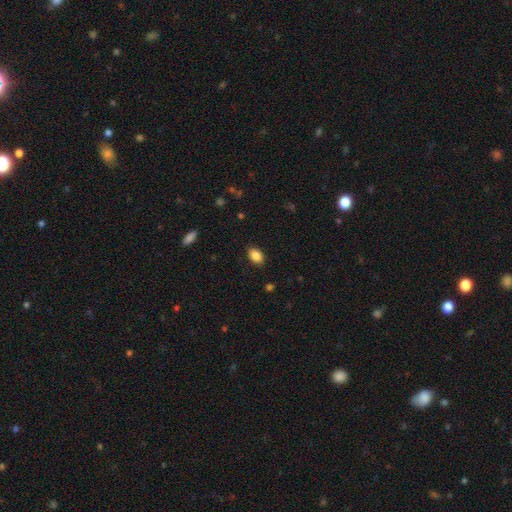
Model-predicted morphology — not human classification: smooth-or-featured: smooth: 87% | star or artifact: 8% | featured or disk: 5%
  how-rounded: in between: 86% | round: 13% | cigar-shaped: 1%
  merging: none: 88% | minor disturbance: 9% | major disturbance: 2% | merger: 1%